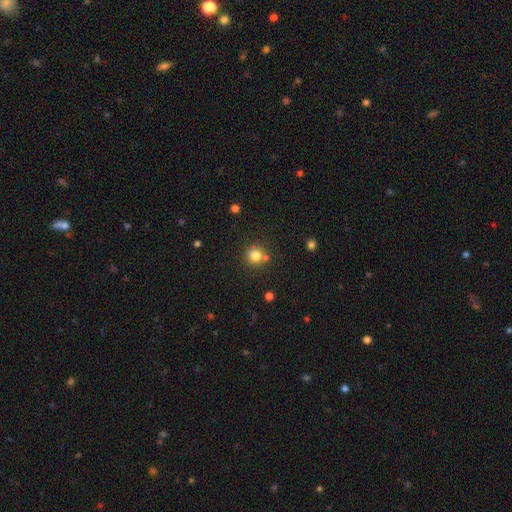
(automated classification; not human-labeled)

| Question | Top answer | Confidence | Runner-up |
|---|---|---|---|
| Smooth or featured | smooth | 81% | star or artifact (13%) |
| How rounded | round | 91% | in between (8%) |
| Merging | none | 71% | merger (16%) |